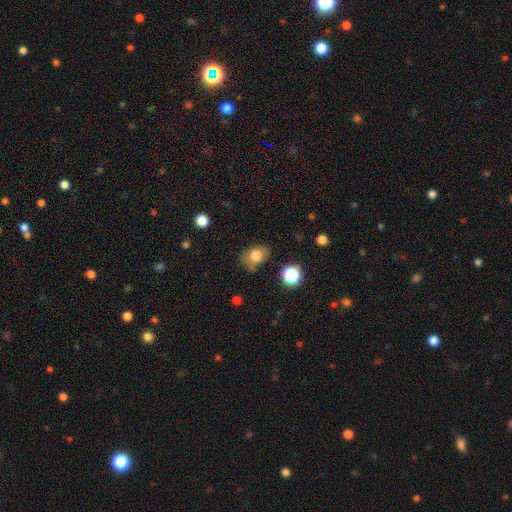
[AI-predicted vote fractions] Morphology: type=smooth (77%); roundness=in between (64%); merging=none (66%).